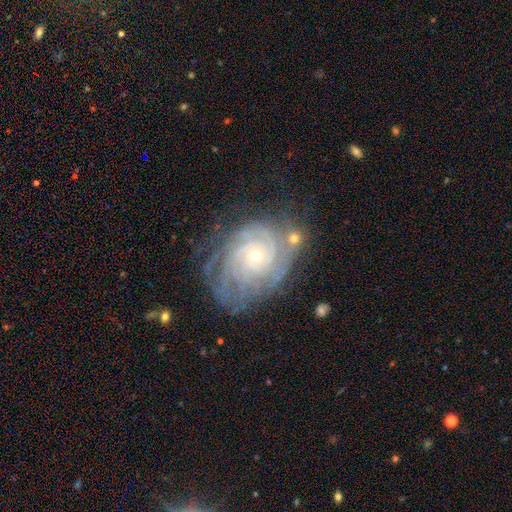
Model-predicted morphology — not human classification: A featured or disk galaxy (88%) with no bar (79%), tight (80%) spiral arms (97%) and a small central bulge (74%). Merging: none (66%).